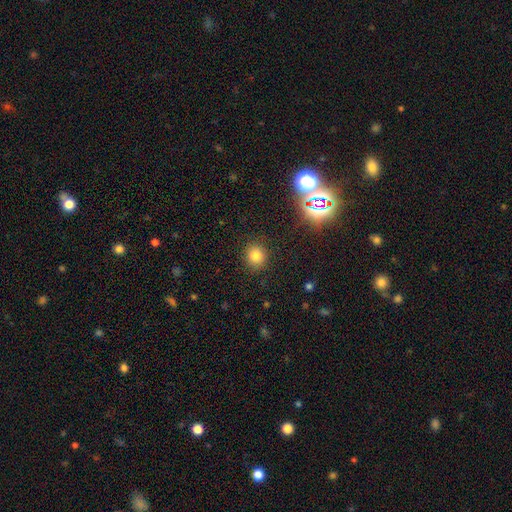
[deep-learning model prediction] Smooth or featured: smooth — 77% (star or artifact — 16%)
How rounded: round — 83% (in between — 16%)
Merging: none — 89% (minor disturbance — 7%)